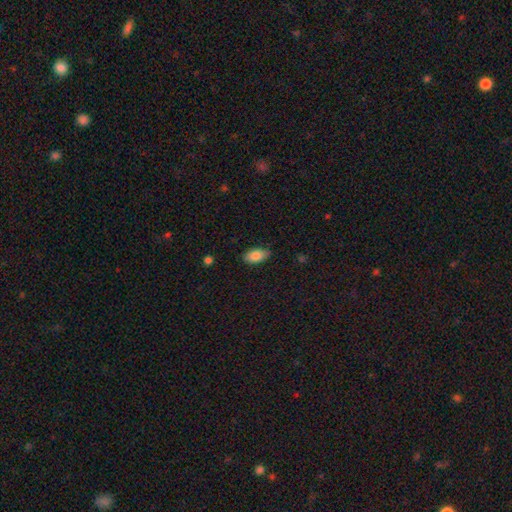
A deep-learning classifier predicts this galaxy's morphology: Smooth or featured?
  - smooth: 84% *
  - featured or disk: 9%
  - star or artifact: 7%
How rounded?
  - in between: 93% *
  - round: 4%
  - cigar-shaped: 4%
Merging?
  - none: 83% *
  - minor disturbance: 13%
  - major disturbance: 2%
  - merger: 1%